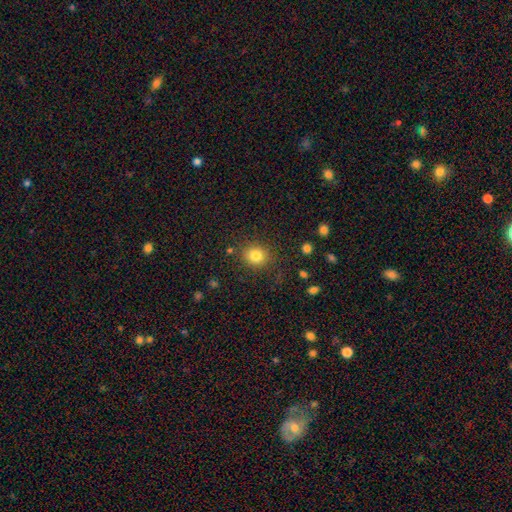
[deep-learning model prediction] Overall: smooth (82%). How rounded: round (80%). Merging: none (84%).